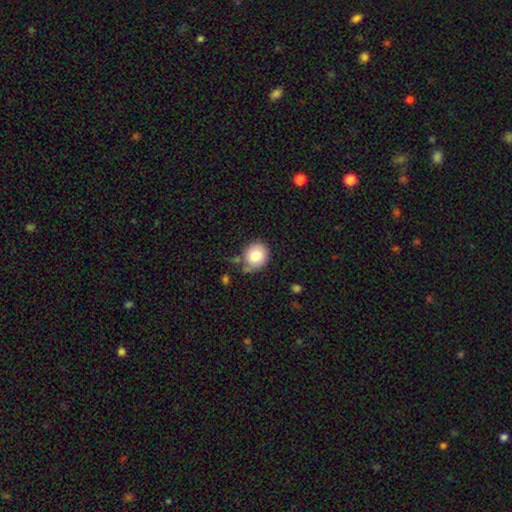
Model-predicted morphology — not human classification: Q: Smooth or featured?
A: smooth (81%); runner-up: featured or disk (10%)
Q: How rounded?
A: round (80%); runner-up: in between (19%)
Q: Merging?
A: none (67%); runner-up: minor disturbance (21%)